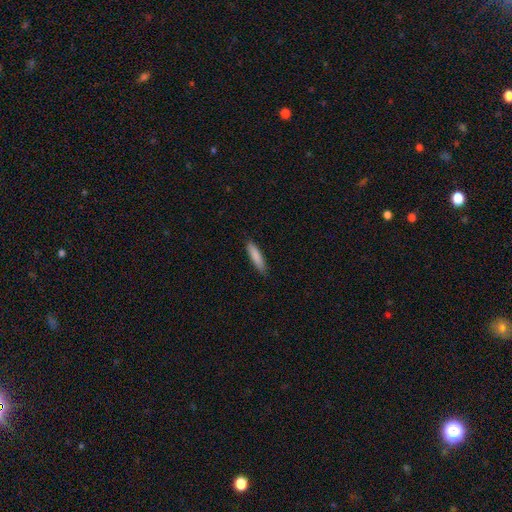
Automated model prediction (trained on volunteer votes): Smooth or featured: smooth — 85% (featured or disk — 9%)
How rounded: cigar-shaped — 78% (in between — 21%)
Merging: none — 86% (minor disturbance — 11%)